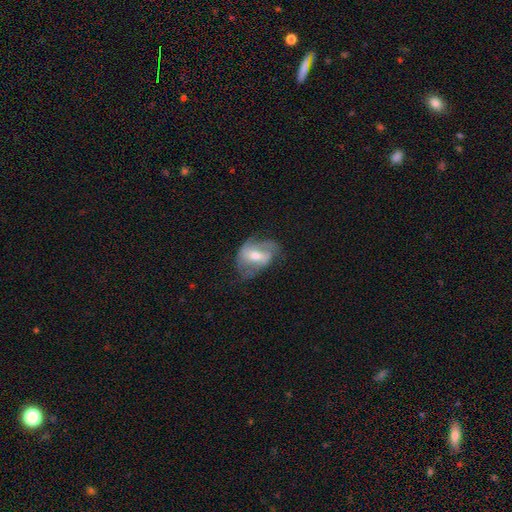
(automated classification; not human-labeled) This is likely a featured or disk galaxy (67%). It is clearly not viewed edge-on (96%). Bar: possibly weak (46%). Spiral arm pattern: clearly yes (82%). Spiral arm count: possibly 2 (55%). Spiral winding: marginally medium (44%). Central bulge: likely moderate (64%). Merging: possibly none (49%).